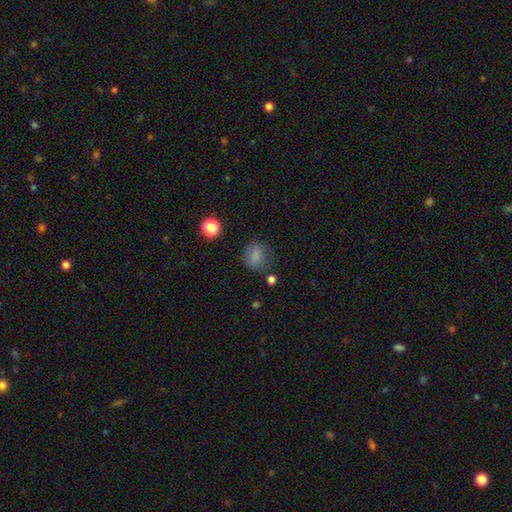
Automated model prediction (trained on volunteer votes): smooth 80%, star or artifact 13%, featured or disk 7%. Down the decision tree: how rounded — round (64%); merging — none (70%).